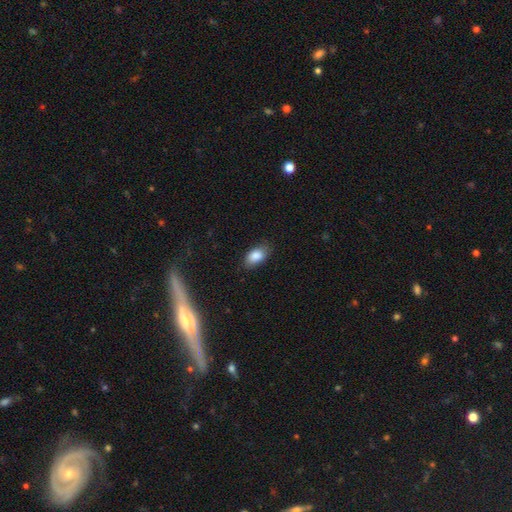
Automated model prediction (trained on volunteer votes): Smooth or featured: smooth — 86% (star or artifact — 8%)
How rounded: in between — 91% (round — 7%)
Merging: none — 79% (minor disturbance — 17%)